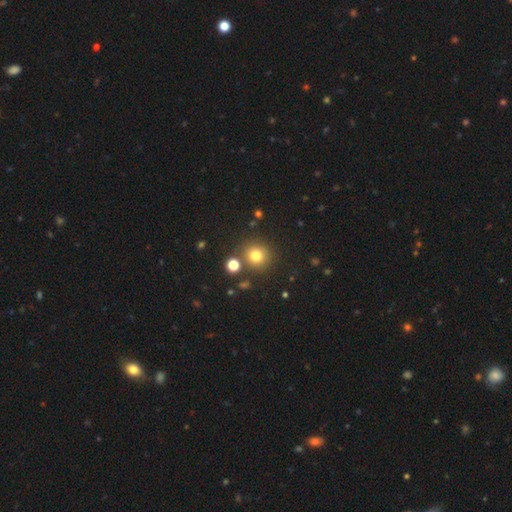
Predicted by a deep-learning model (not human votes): Overall: smooth (77%). How rounded: round (92%). Merging: none (82%).